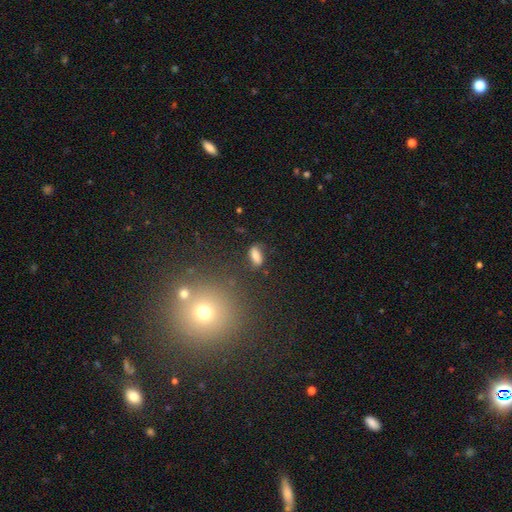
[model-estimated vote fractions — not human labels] smooth-or-featured: smooth: 78% | star or artifact: 12% | featured or disk: 11%
  how-rounded: in between: 81% | cigar-shaped: 13% | round: 6%
  merging: none: 74% | minor disturbance: 16% | major disturbance: 5% | merger: 4%